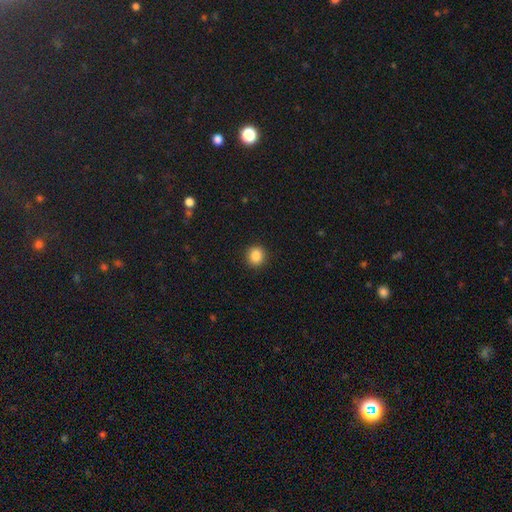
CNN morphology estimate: This appears to be a smooth galaxy with no disk features (87%) that is round (87%). Merging: none (91%).